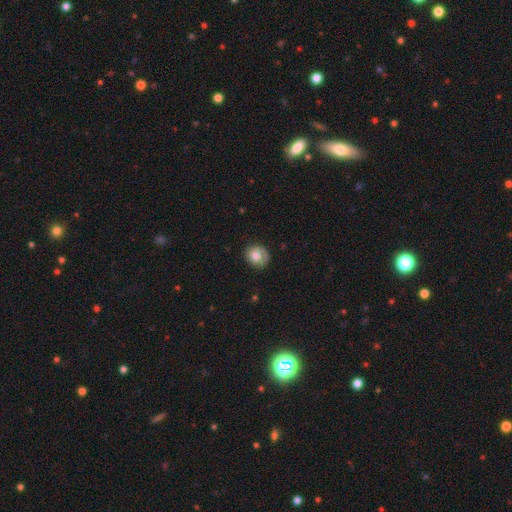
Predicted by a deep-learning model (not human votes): A smooth galaxy with no disk features (69%) that is round (72%).

Vote fractions:
- Smooth or featured? smooth: 69% / featured or disk: 24% / star or artifact: 8%
- How rounded? round: 72% / in between: 28% / cigar-shaped: 1%
- Merging? none: 77% / minor disturbance: 17% / major disturbance: 5% / merger: 1%